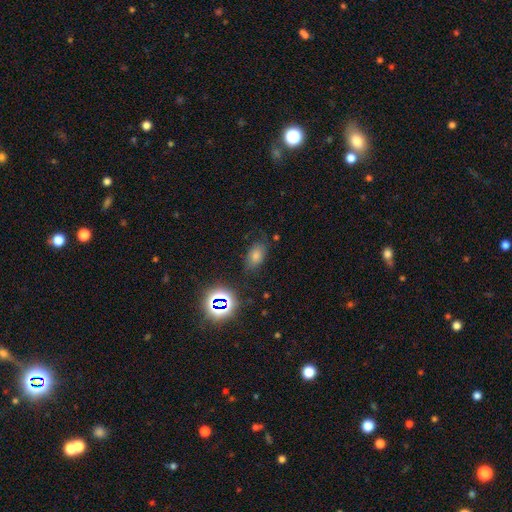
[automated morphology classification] This appears to be a smooth galaxy with no disk features (65%) that is in between round and cigar-shaped (85%). Merging: none (77%).